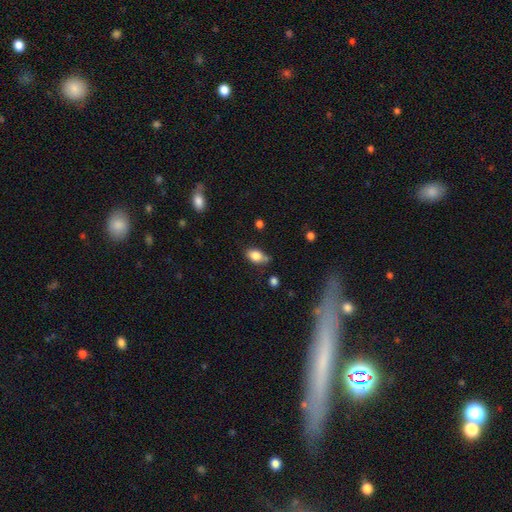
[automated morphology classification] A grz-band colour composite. It shows a smooth galaxy with no disk features (83%) that is in between round and cigar-shaped (85%). Merging: none (63%).